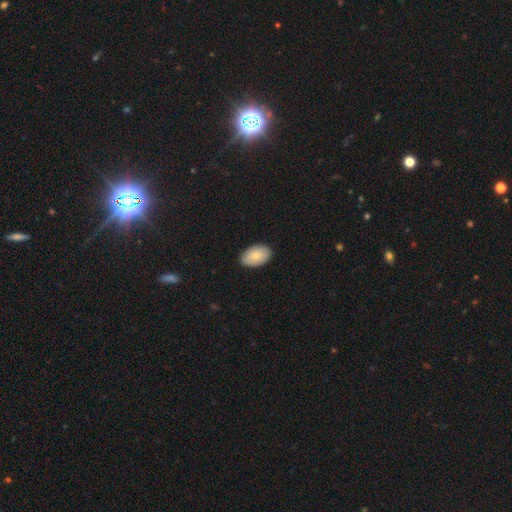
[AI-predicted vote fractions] Overall: smooth (83%). How rounded: in between (93%). Merging: none (88%).